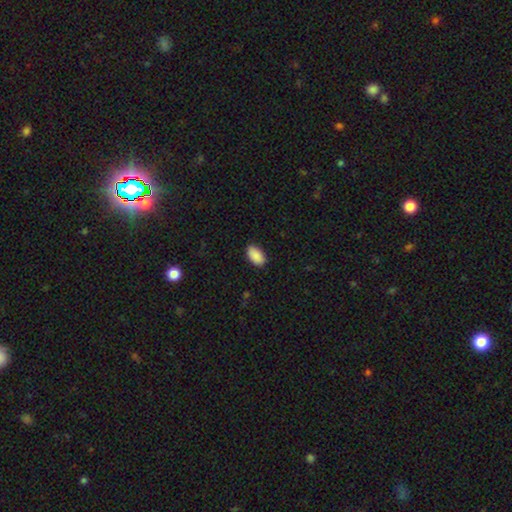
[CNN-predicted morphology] Q: Smooth or featured?
A: smooth (90%); runner-up: star or artifact (7%)
Q: How rounded?
A: in between (94%); runner-up: round (4%)
Q: Merging?
A: none (87%); runner-up: minor disturbance (10%)